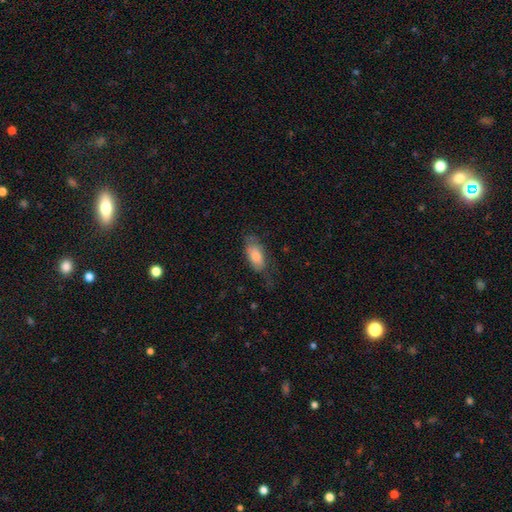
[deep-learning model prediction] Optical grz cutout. It shows a smooth galaxy with no disk features (79%) that is in between round and cigar-shaped (87%). Merging: none (52%).